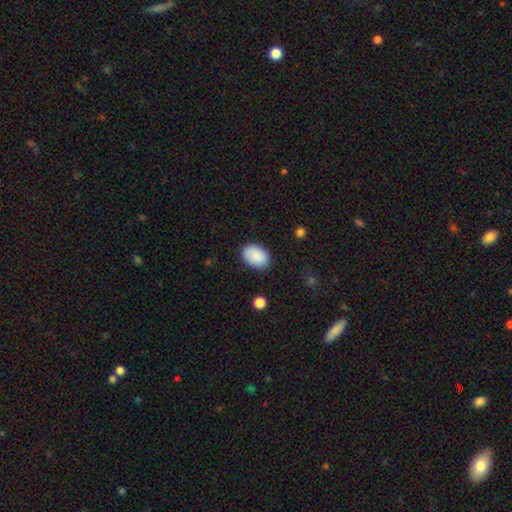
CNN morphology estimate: smooth_or_featured: smooth (p=0.89) [alt: star or artifact p=0.06]
how_rounded: in between (p=0.84) [alt: round p=0.15]
merging: none (p=0.84) [alt: minor disturbance p=0.12]